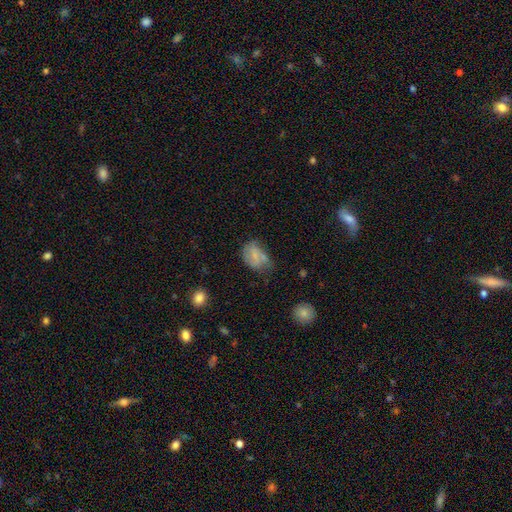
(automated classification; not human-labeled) Smooth or featured: smooth — 62% (featured or disk — 28%)
How rounded: in between — 82% (round — 17%)
Merging: none — 39% (minor disturbance — 35%)